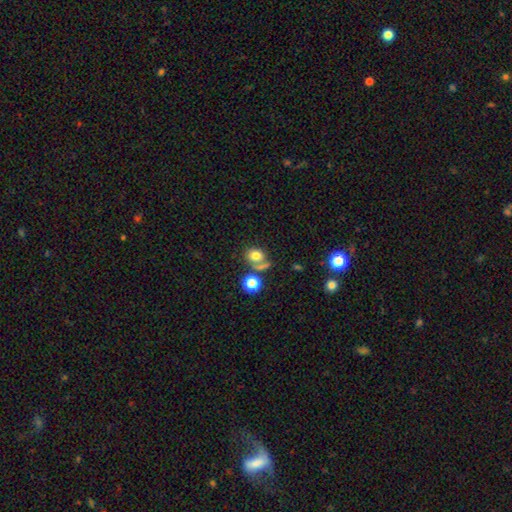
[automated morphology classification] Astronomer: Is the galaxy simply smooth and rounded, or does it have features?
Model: smooth — 73%.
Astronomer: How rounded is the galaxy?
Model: round — 64%.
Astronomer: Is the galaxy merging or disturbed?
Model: none — 53%.